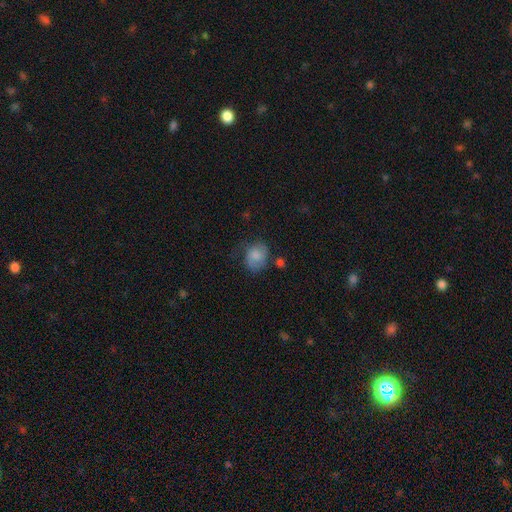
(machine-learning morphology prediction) Smooth or featured? Predicted: smooth (p=0.60). How rounded? Predicted: round (p=0.55). Merging? Predicted: none (p=0.54).